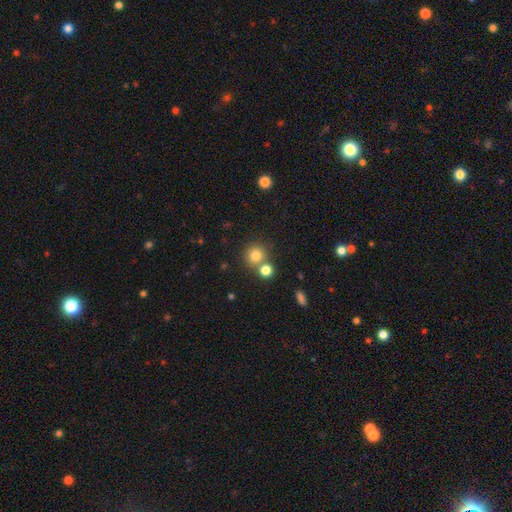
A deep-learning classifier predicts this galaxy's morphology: Q: Smooth or featured?
A: smooth (79%); runner-up: star or artifact (13%)
Q: How rounded?
A: round (90%); runner-up: in between (9%)
Q: Merging?
A: none (65%); runner-up: merger (24%)